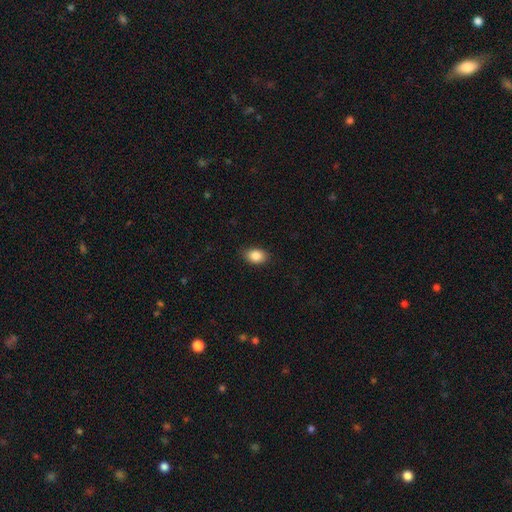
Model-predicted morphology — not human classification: A smooth galaxy with no disk features (87%) that is in between round and cigar-shaped (79%).

Vote fractions:
- Smooth or featured? smooth: 87% / star or artifact: 8% / featured or disk: 5%
- How rounded? in between: 79% / round: 20% / cigar-shaped: 1%
- Merging? none: 87% / minor disturbance: 10% / major disturbance: 2% / merger: 1%